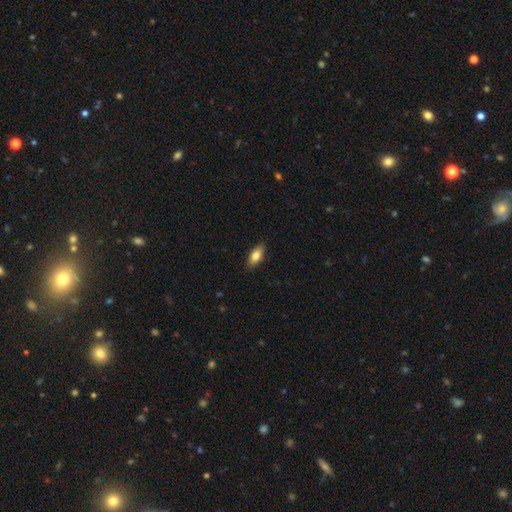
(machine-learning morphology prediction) Smooth or featured? Predicted: smooth (p=0.78). How rounded? Predicted: in between (p=0.82). Merging? Predicted: none (p=0.87).